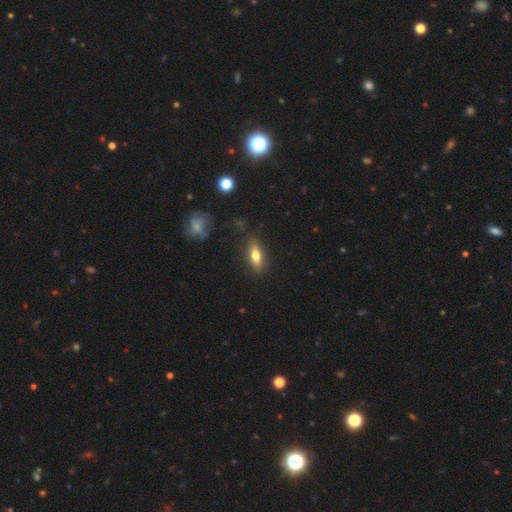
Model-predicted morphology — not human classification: A smooth galaxy with no disk features (70%) that is in between round and cigar-shaped (67%). Merging: none (83%).